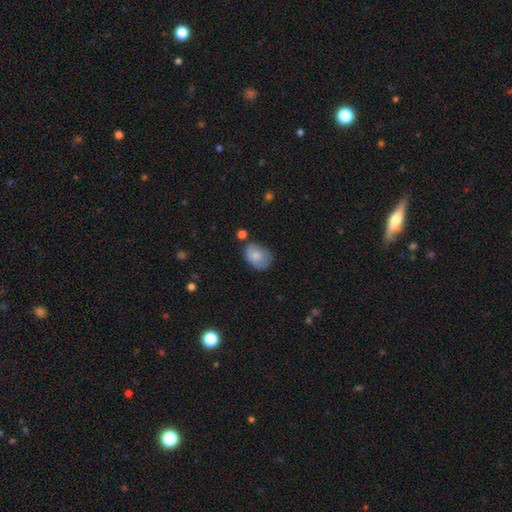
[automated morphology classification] smooth-or-featured: smooth: 78% | featured or disk: 14% | star or artifact: 7%
  how-rounded: in between: 71% | round: 28% | cigar-shaped: 1%
  merging: none: 56% | minor disturbance: 30% | major disturbance: 8% | merger: 6%